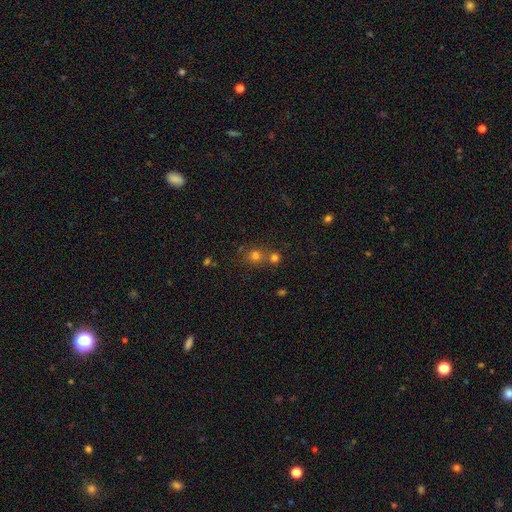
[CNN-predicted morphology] Smooth or featured: smooth — 65% (star or artifact — 26%)
How rounded: round — 86% (in between — 13%)
Merging: none — 59% (merger — 31%)